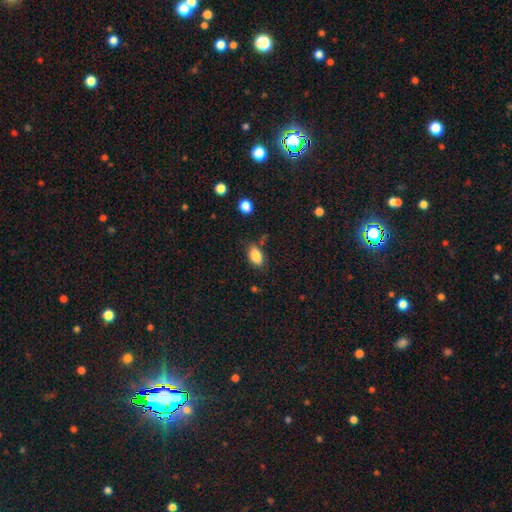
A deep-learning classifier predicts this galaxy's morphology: This is clearly a smooth galaxy (84%). How rounded: clearly in between (89%). Merging: likely none (74%).